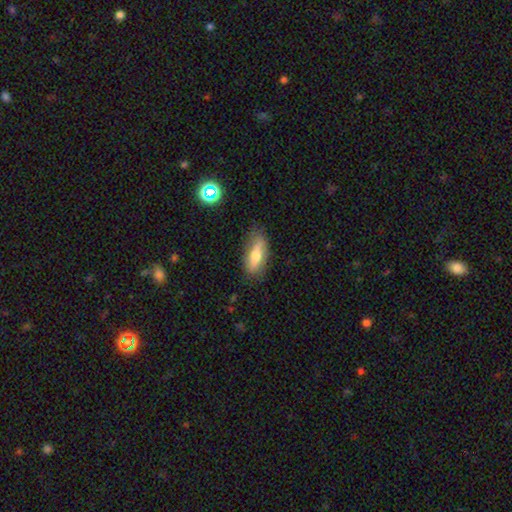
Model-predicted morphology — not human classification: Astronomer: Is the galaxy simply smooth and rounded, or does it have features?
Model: smooth — 62%.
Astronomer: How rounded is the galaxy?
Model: in between — 70%.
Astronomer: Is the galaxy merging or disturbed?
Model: none — 74%.